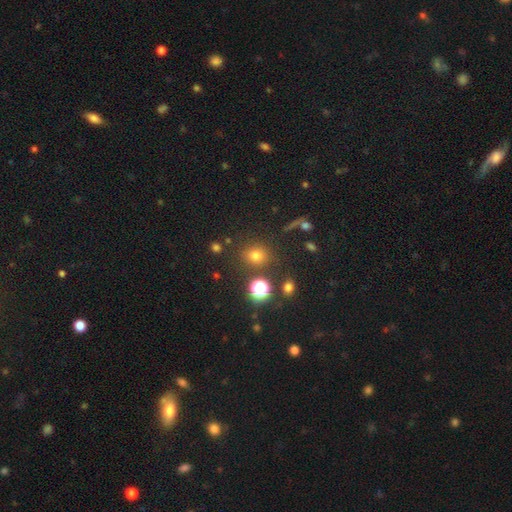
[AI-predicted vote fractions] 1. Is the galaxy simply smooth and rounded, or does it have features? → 70% smooth, 22% star or artifact, 8% featured or disk.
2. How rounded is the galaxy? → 69% round, 30% in between, 1% cigar-shaped.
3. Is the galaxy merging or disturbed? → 82% none, 9% minor disturbance, 5% merger, 4% major disturbance.